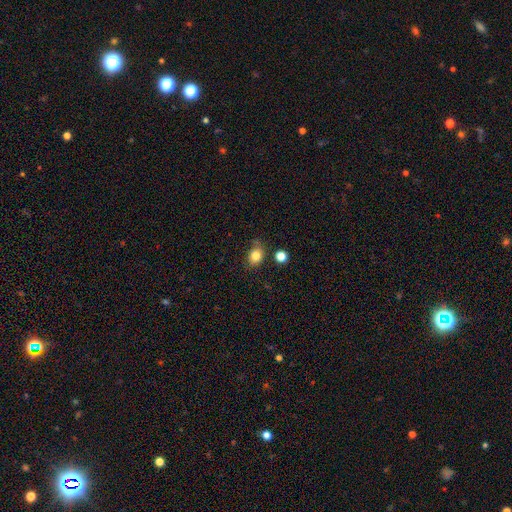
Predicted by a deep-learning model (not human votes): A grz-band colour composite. It shows a smooth galaxy with no disk features (82%) that is in between round and cigar-shaped (50%). Merging: none (67%).